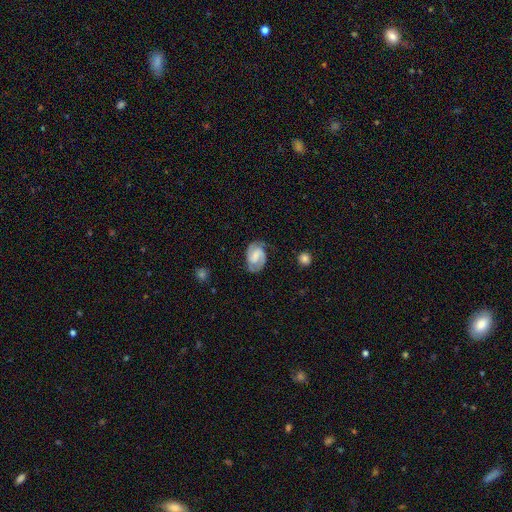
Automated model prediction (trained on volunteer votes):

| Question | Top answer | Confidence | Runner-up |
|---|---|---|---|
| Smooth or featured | featured or disk | 74% | smooth (20%) |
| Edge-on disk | no | 98% | yes (2%) |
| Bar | weak | 50% | no (27%) |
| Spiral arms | yes | 94% | no (6%) |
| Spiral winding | medium | 46% | tight (40%) |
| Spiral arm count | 2 | 86% | can't tell (6%) |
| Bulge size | none | 37% | small (27%) |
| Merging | none | 72% | minor disturbance (19%) |